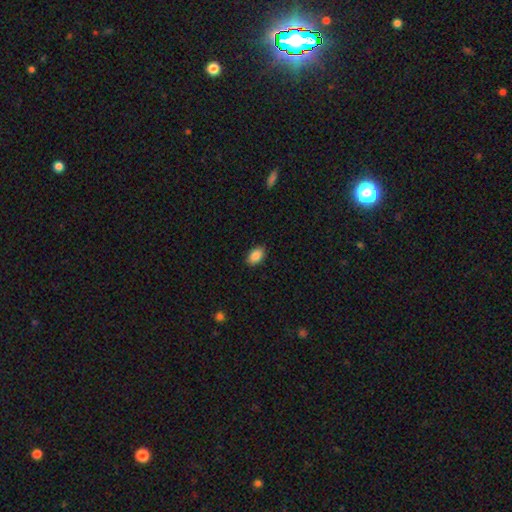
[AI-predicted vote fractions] smooth-or-featured: smooth: 88% | star or artifact: 8% | featured or disk: 5%
  how-rounded: in between: 89% | round: 9% | cigar-shaped: 1%
  merging: none: 88% | minor disturbance: 9% | major disturbance: 2% | merger: 1%